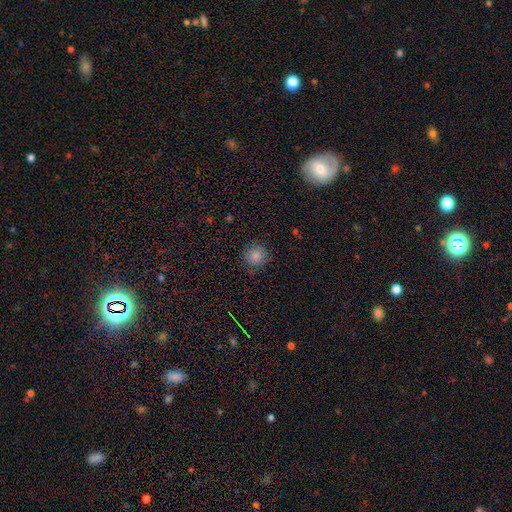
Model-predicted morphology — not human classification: smooth_or_featured: smooth (p=0.83) [alt: star or artifact p=0.11]
how_rounded: round (p=0.90) [alt: in between p=0.09]
merging: none (p=0.85) [alt: minor disturbance p=0.11]